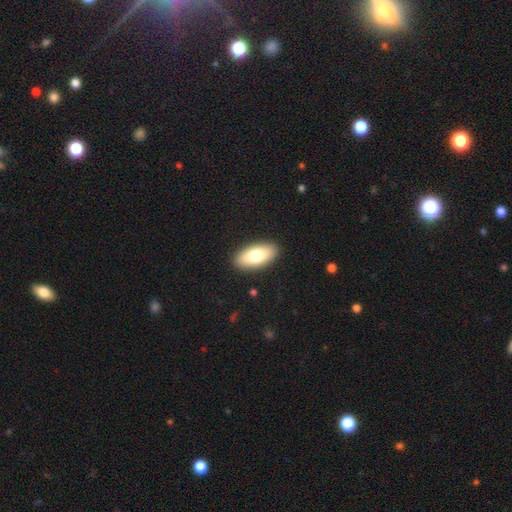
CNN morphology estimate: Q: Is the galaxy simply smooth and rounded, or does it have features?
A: smooth — 77%.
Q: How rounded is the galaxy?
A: in between — 90%.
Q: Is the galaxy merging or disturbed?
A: none — 90%.